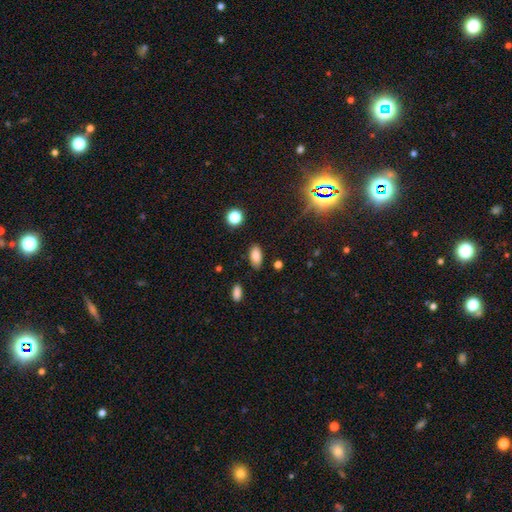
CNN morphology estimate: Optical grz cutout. It shows a smooth galaxy with no disk features (84%) that is in between round and cigar-shaped (90%). Merging: none (83%).